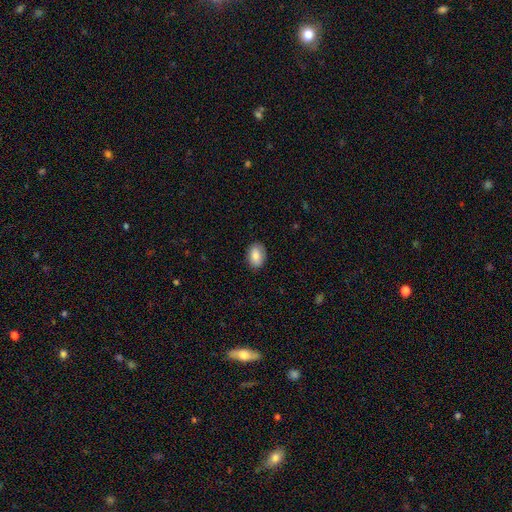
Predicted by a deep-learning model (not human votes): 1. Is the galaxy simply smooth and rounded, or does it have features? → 82% smooth, 11% featured or disk, 7% star or artifact.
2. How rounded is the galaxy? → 85% in between, 14% round, 1% cigar-shaped.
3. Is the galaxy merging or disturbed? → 85% none, 12% minor disturbance, 2% major disturbance, 1% merger.